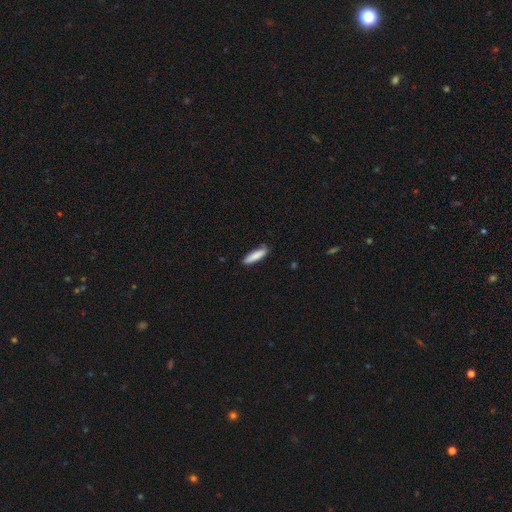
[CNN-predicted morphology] smooth_or_featured: smooth (p=0.85) [alt: featured or disk p=0.09]
how_rounded: cigar-shaped (p=0.73) [alt: in between p=0.26]
merging: none (p=0.81) [alt: minor disturbance p=0.15]